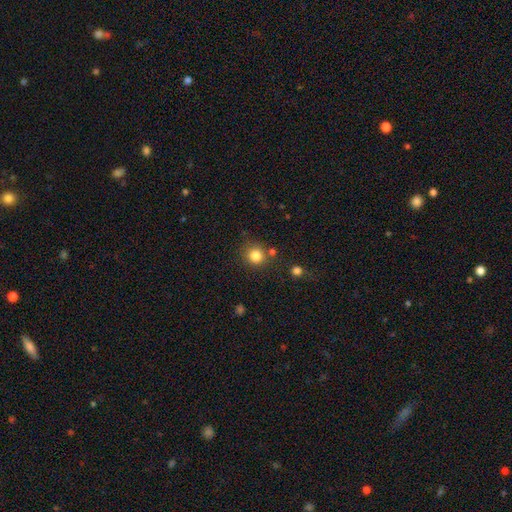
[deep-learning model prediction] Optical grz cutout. It shows a smooth galaxy with no disk features (83%) that is round (91%). Merging: none (78%).